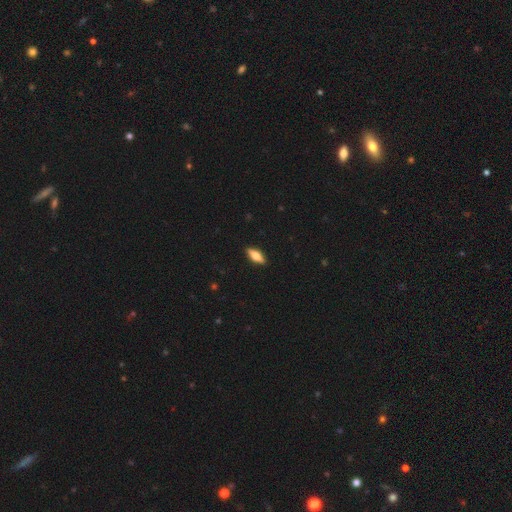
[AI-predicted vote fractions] Q: Smooth or featured?
A: smooth (61%); runner-up: featured or disk (33%)
Q: How rounded?
A: in between (67%); runner-up: cigar-shaped (30%)
Q: Merging?
A: none (90%); runner-up: minor disturbance (8%)